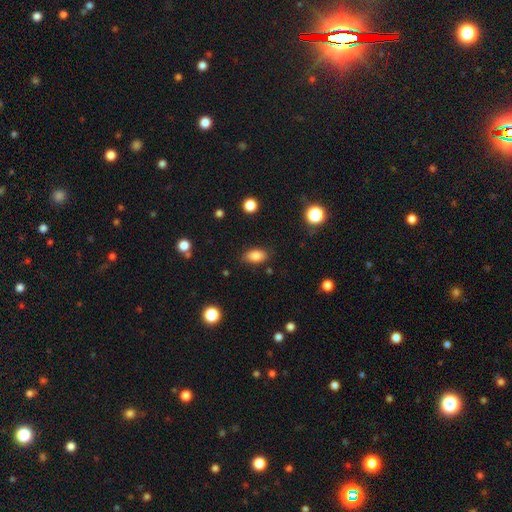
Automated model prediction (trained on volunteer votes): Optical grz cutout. It shows a smooth galaxy with no disk features (83%) that is in between round and cigar-shaped (90%). Merging: none (84%).